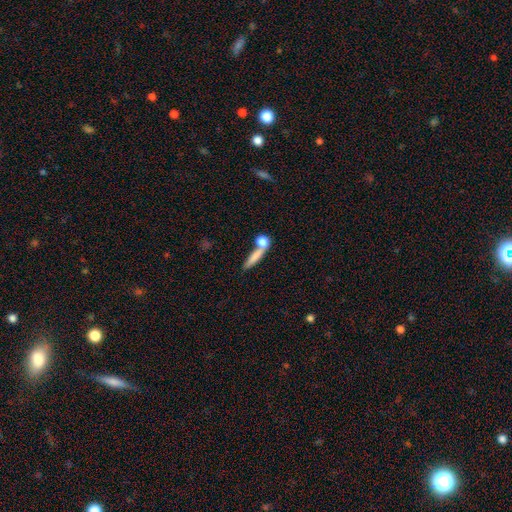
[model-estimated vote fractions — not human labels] Smooth or featured? Predicted: smooth (p=0.74). How rounded? Predicted: cigar-shaped (p=0.63). Merging? Predicted: none (p=0.55).